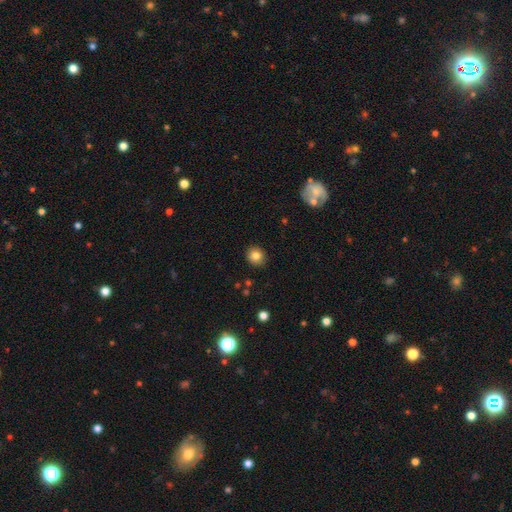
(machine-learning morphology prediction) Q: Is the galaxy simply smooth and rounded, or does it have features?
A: smooth — 83%.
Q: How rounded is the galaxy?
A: round — 88%.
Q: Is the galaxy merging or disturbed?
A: none — 90%.